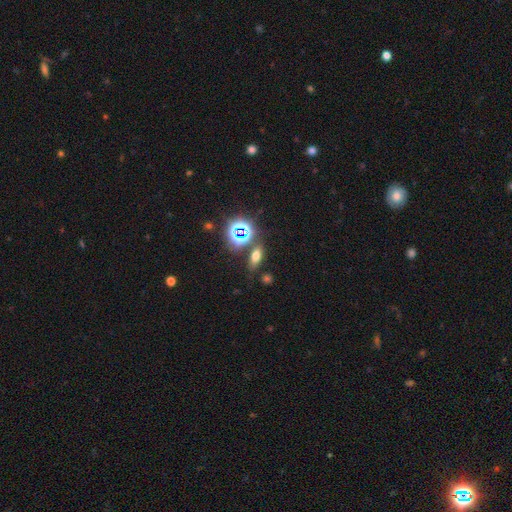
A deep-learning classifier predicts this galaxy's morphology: type=smooth (55%); roundness=in between (67%); merging=none (79%).